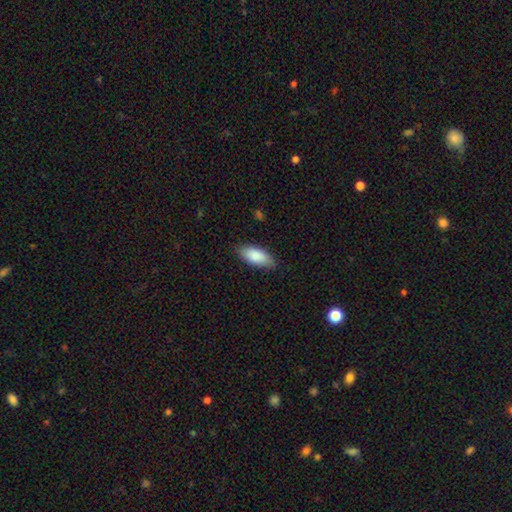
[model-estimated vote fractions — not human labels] Smooth or featured?
  - smooth: 88% *
  - featured or disk: 7%
  - star or artifact: 6%
How rounded?
  - in between: 86% *
  - cigar-shaped: 13%
  - round: 2%
Merging?
  - none: 81% *
  - minor disturbance: 16%
  - major disturbance: 3%
  - merger: 1%